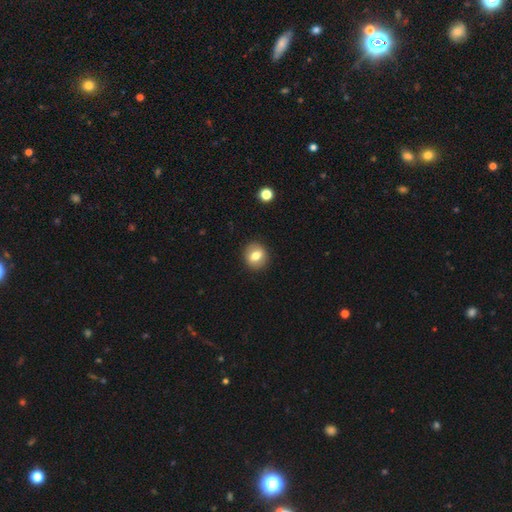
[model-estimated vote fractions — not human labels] Morphology: type=smooth (72%); roundness=round (76%); merging=none (90%).